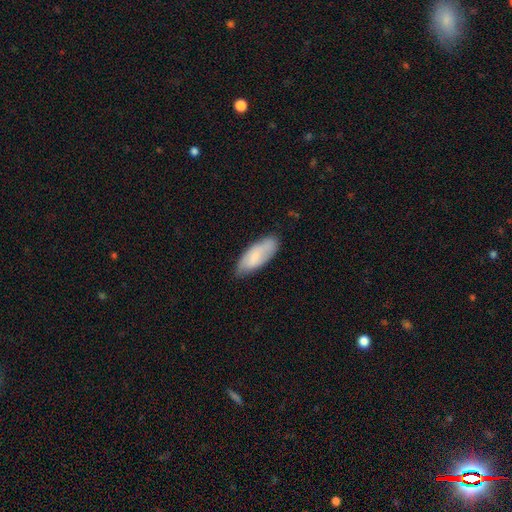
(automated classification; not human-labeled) This appears to be a smooth galaxy with no disk features (73%) that is in between round and cigar-shaped (77%). Merging: none (70%).